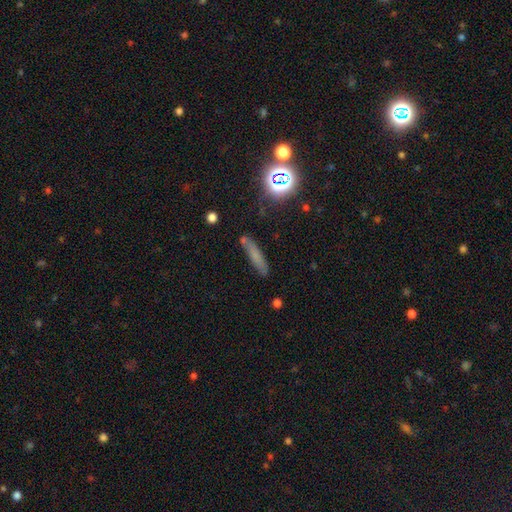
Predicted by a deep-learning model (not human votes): Smooth or featured: smooth — 63% (featured or disk — 22%)
How rounded: cigar-shaped — 87% (in between — 10%)
Merging: none — 74% (minor disturbance — 17%)